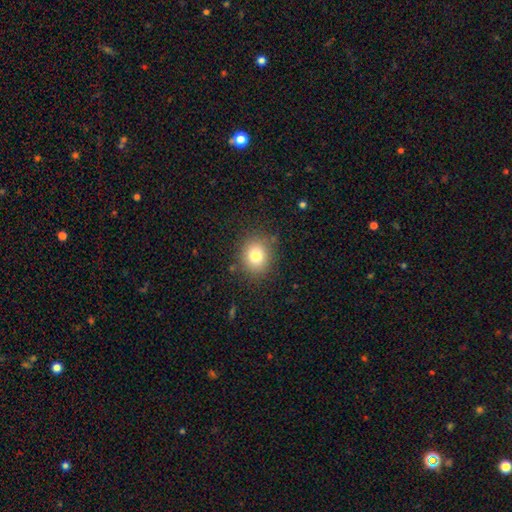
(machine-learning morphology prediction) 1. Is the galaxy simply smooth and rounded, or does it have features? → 79% smooth, 12% star or artifact, 9% featured or disk.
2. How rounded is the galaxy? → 74% round, 26% in between, 1% cigar-shaped.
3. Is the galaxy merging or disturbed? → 84% none, 10% minor disturbance, 4% major disturbance, 2% merger.